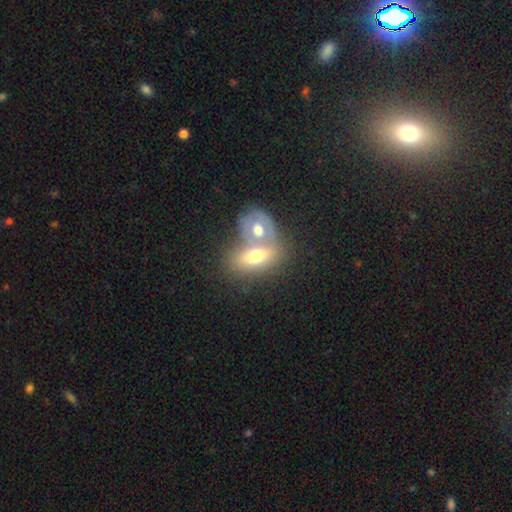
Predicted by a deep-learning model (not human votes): A smooth galaxy with no disk features (58%) that is in between round and cigar-shaped (83%). Merging: merger (64%).